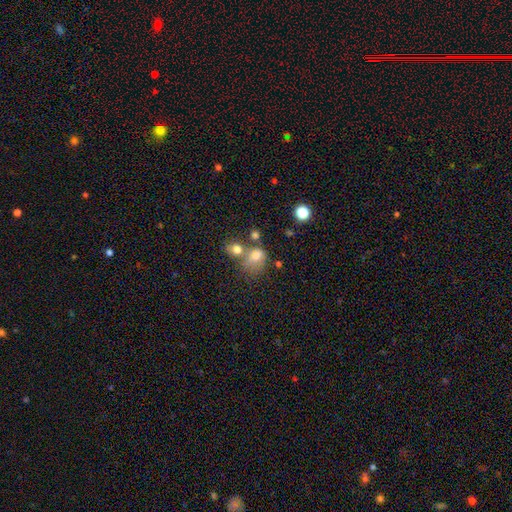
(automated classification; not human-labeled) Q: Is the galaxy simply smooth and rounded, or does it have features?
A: smooth — 72%.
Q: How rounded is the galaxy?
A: round — 54%.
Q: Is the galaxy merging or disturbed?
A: merger — 42%.